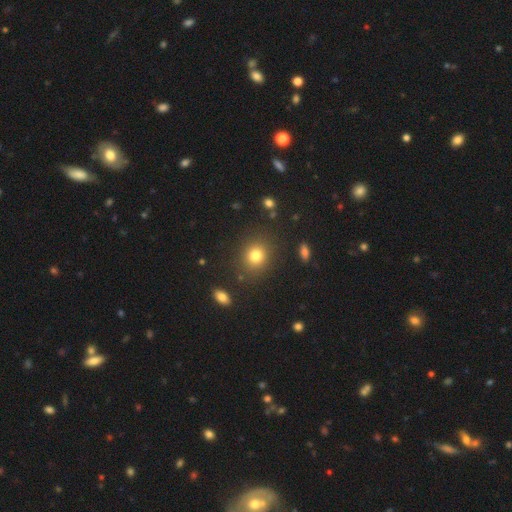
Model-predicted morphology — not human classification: A smooth galaxy with no disk features (80%) that is round (73%). Merging: none (85%).